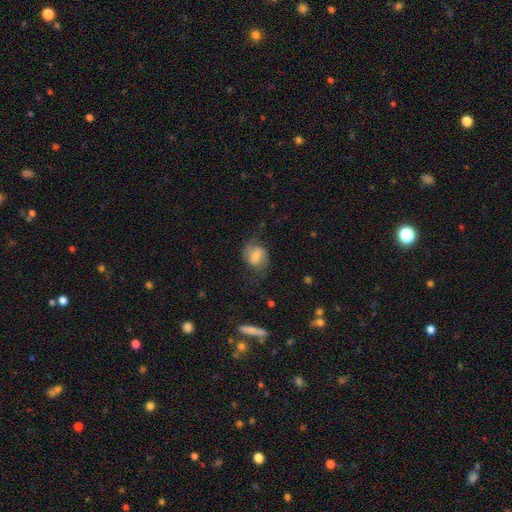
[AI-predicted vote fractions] smooth-or-featured: smooth: 52% | featured or disk: 40% | star or artifact: 8%
  how-rounded: in between: 55% | round: 43% | cigar-shaped: 2%
  merging: none: 56% | minor disturbance: 24% | major disturbance: 17% | merger: 2%